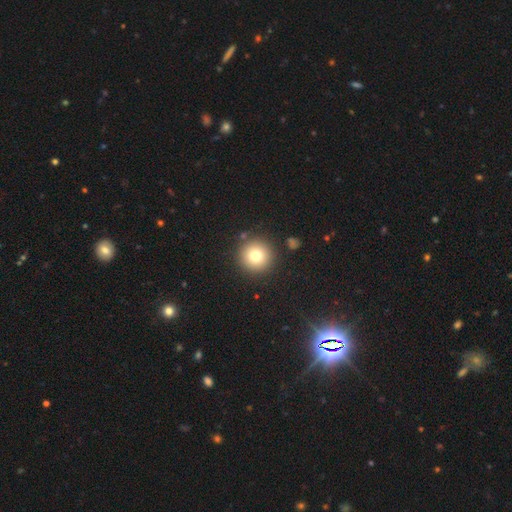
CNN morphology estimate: A smooth galaxy with no disk features (77%) that is round (96%). Merging: none (89%).